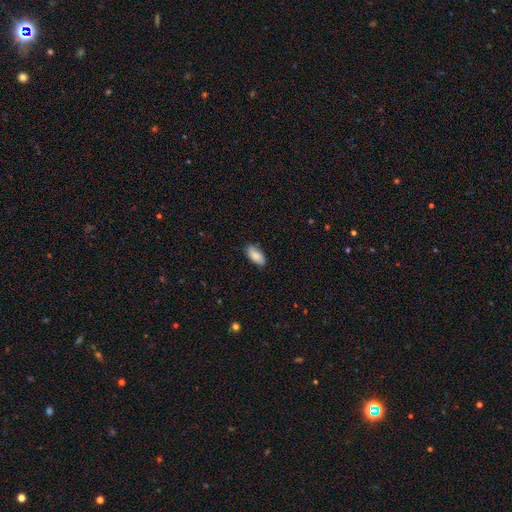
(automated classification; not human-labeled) Morphology: type=smooth (83%); roundness=in between (91%); merging=none (83%).